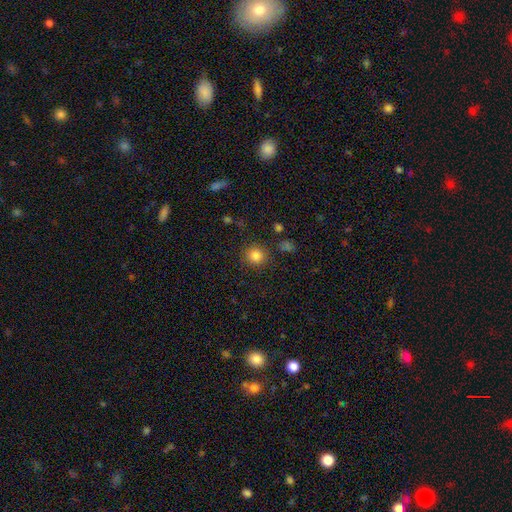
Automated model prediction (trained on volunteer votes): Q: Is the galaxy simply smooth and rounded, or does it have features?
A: smooth — 83%.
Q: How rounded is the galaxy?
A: round — 93%.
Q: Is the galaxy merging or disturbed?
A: none — 88%.